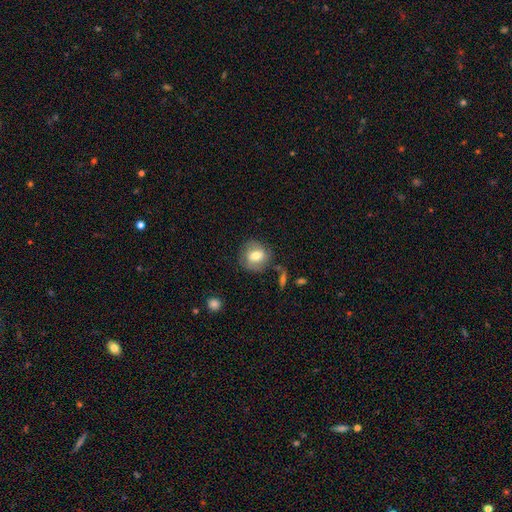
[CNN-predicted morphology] This appears to be a smooth galaxy with no disk features (63%) that is round (77%). Merging: none (71%).